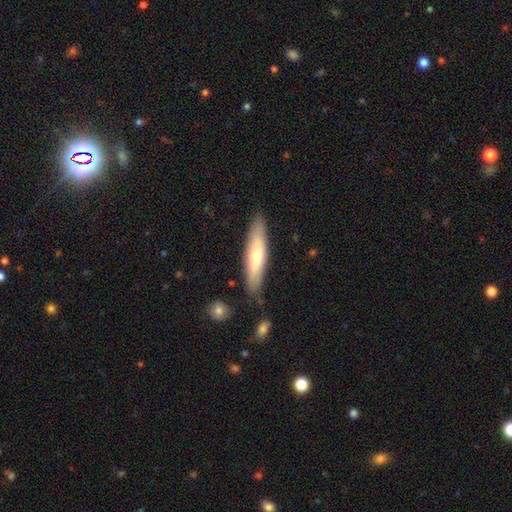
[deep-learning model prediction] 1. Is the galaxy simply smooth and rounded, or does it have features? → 62% smooth, 32% featured or disk, 5% star or artifact.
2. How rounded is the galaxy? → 80% cigar-shaped, 19% in between, 1% round.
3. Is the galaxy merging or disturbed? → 85% none, 11% minor disturbance, 2% merger, 2% major disturbance.